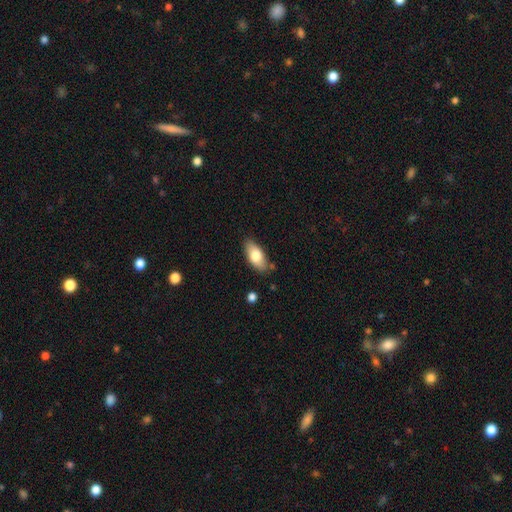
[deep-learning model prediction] This appears to be a smooth galaxy with no disk features (75%) that is in between round and cigar-shaped (88%). Merging: none (81%).